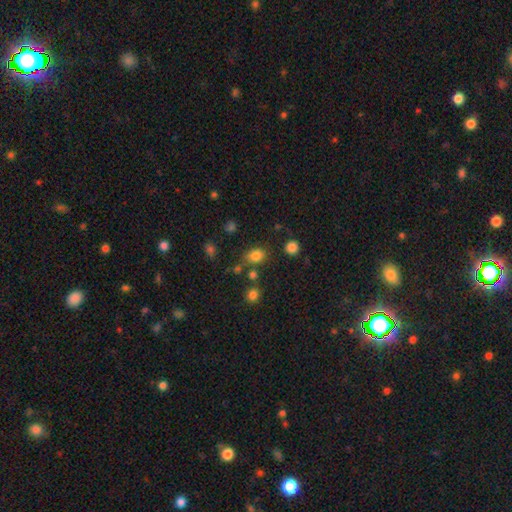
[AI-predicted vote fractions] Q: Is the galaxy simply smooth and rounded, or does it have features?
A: smooth — 80%.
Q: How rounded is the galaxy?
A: in between — 58%.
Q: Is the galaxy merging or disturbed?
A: none — 70%.